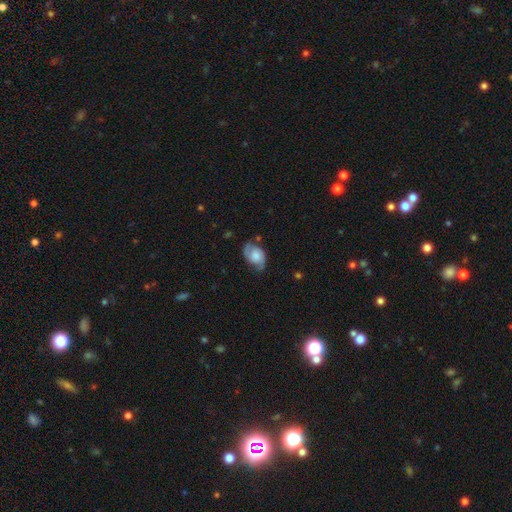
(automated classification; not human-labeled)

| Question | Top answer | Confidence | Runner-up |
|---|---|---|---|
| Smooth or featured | featured or disk | 56% | smooth (37%) |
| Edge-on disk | no | 95% | yes (5%) |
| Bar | no | 72% | weak (24%) |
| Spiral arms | yes | 85% | no (15%) |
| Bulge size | moderate | 34% | large (27%) |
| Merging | none | 61% | minor disturbance (27%) |